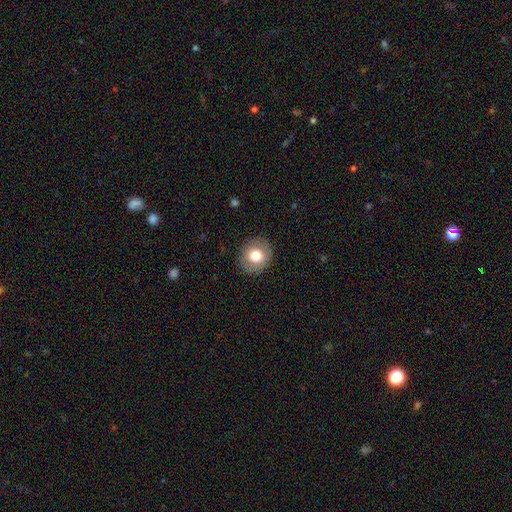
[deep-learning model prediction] Smooth or featured? smooth (74%)
How rounded? round (79%)
Merging? none (89%)